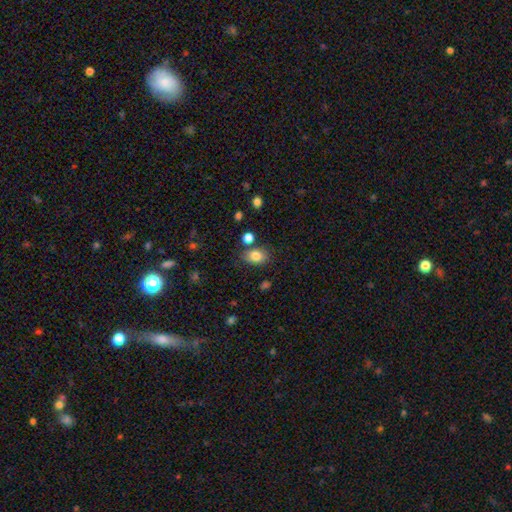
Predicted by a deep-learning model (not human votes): A smooth galaxy with no disk features (83%) that is in between round and cigar-shaped (76%).

Vote fractions:
- Smooth or featured? smooth: 83% / star or artifact: 10% / featured or disk: 7%
- How rounded? in between: 76% / round: 23% / cigar-shaped: 1%
- Merging? none: 75% / minor disturbance: 13% / merger: 8% / major disturbance: 4%